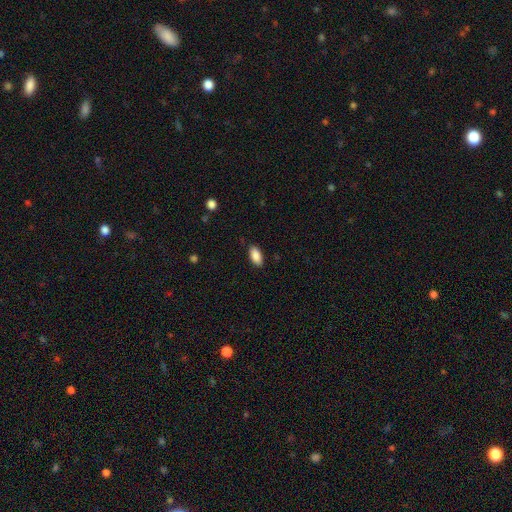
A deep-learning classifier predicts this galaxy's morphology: This is clearly a smooth galaxy (88%). How rounded: clearly in between (92%). Merging: clearly none (87%).